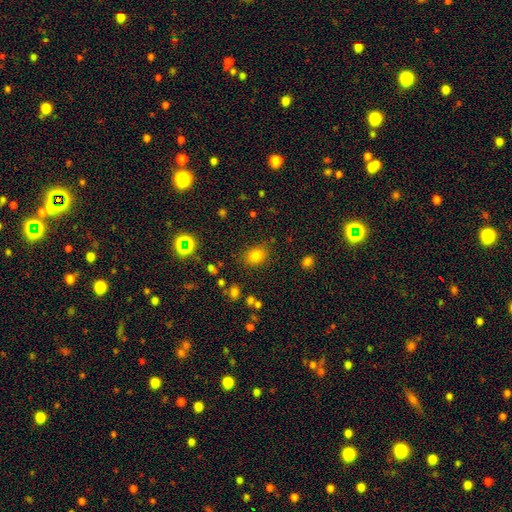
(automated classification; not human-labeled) smooth-or-featured: smooth: 77% | star or artifact: 16% | featured or disk: 7%
  how-rounded: round: 50% | in between: 49% | cigar-shaped: 1%
  merging: none: 81% | minor disturbance: 12% | major disturbance: 4% | merger: 3%